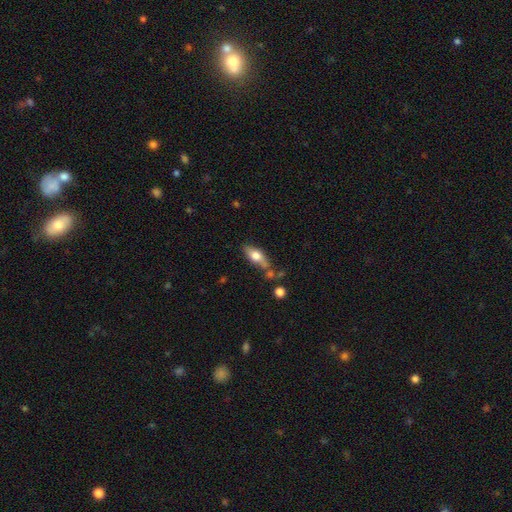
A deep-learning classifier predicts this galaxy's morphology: smooth_or_featured: smooth (p=0.59) [alt: featured or disk p=0.34]
how_rounded: in between (p=0.69) [alt: cigar-shaped p=0.27]
merging: none (p=0.60) [alt: minor disturbance p=0.21]